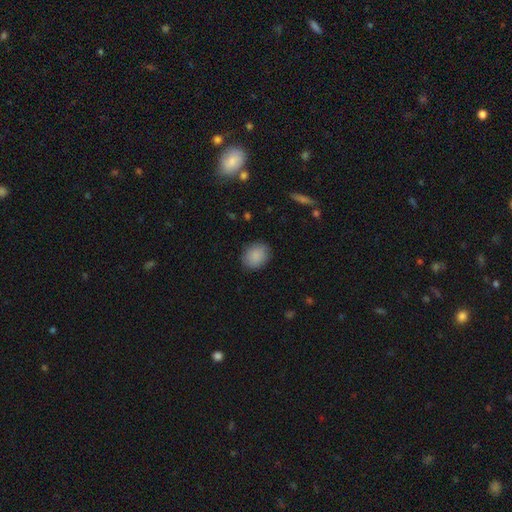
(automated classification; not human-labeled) This is clearly a smooth galaxy (89%). How rounded: possibly round (53%). Merging: clearly none (87%).